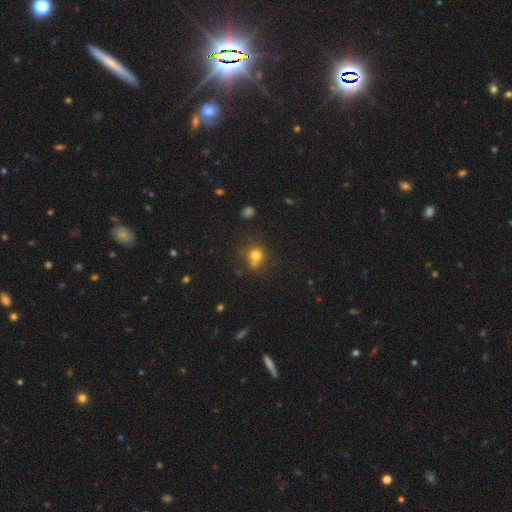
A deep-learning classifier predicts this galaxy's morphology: Smooth or featured: smooth — 74% (star or artifact — 16%)
How rounded: round — 83% (in between — 17%)
Merging: none — 54% (merger — 26%)